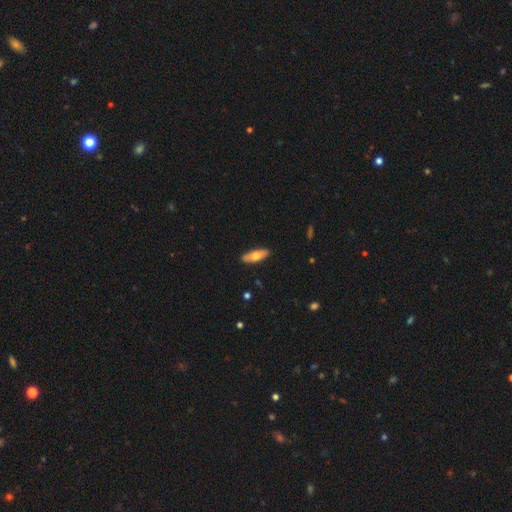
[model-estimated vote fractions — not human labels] Q: Smooth or featured?
A: smooth (63%); runner-up: featured or disk (32%)
Q: How rounded?
A: in between (58%); runner-up: cigar-shaped (40%)
Q: Merging?
A: none (89%); runner-up: minor disturbance (8%)